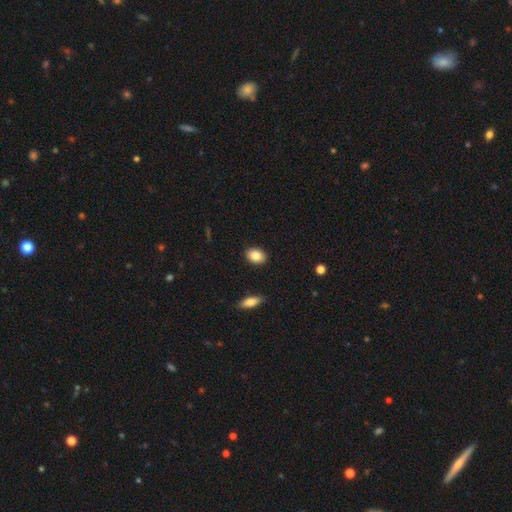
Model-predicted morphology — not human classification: This is clearly a smooth galaxy (85%). How rounded: likely in between (76%). Merging: clearly none (90%).